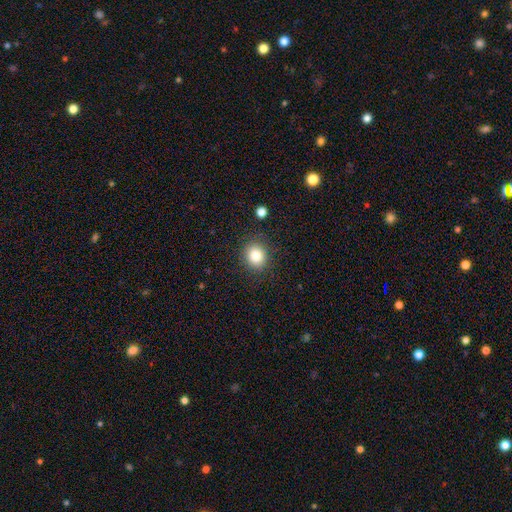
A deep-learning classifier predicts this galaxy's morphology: smooth-or-featured: smooth: 83% | star or artifact: 10% | featured or disk: 6%
  how-rounded: round: 75% | in between: 24% | cigar-shaped: 1%
  merging: none: 86% | minor disturbance: 9% | major disturbance: 3% | merger: 2%